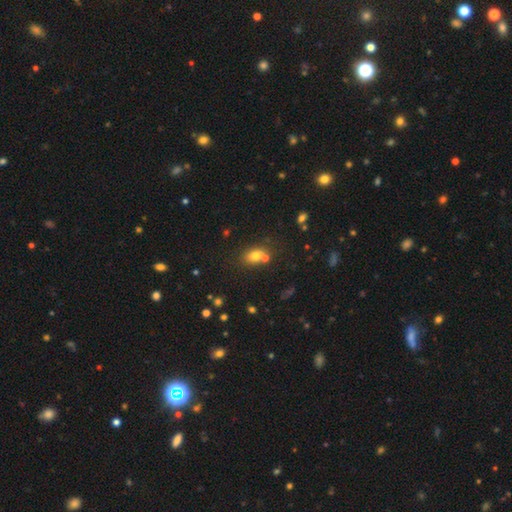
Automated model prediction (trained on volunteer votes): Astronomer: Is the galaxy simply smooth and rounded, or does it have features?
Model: smooth — 73%.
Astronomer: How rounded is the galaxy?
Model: in between — 64%.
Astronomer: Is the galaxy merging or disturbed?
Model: none — 57%.